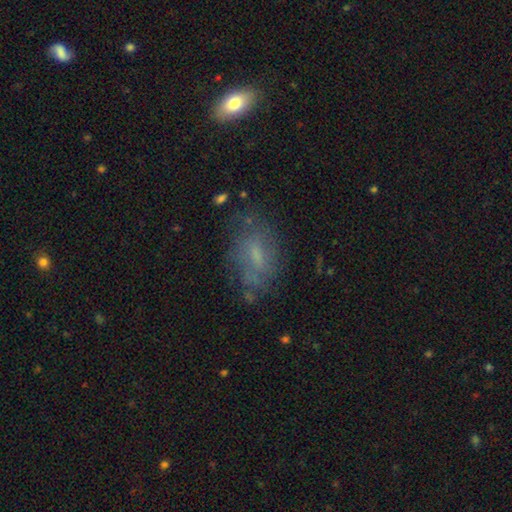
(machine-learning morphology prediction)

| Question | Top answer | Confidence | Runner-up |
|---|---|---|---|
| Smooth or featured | smooth | 44% | featured or disk (42%) |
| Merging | none | 61% | minor disturbance (23%) |